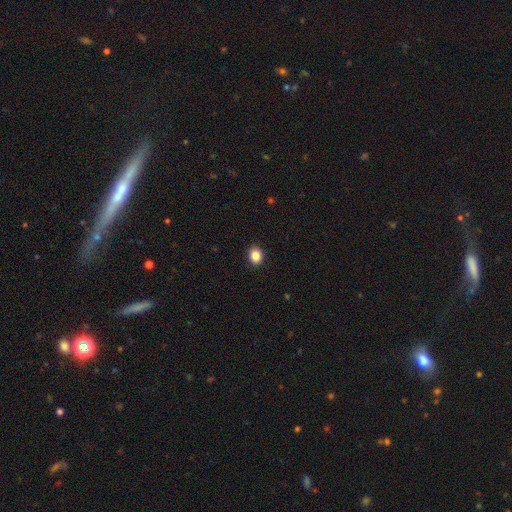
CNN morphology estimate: A smooth galaxy with no disk features (85%) that is round (61%).

Vote fractions:
- Smooth or featured? smooth: 85% / star or artifact: 10% / featured or disk: 5%
- How rounded? round: 61% / in between: 39% / cigar-shaped: 1%
- Merging? none: 92% / minor disturbance: 6% / major disturbance: 2% / merger: 1%